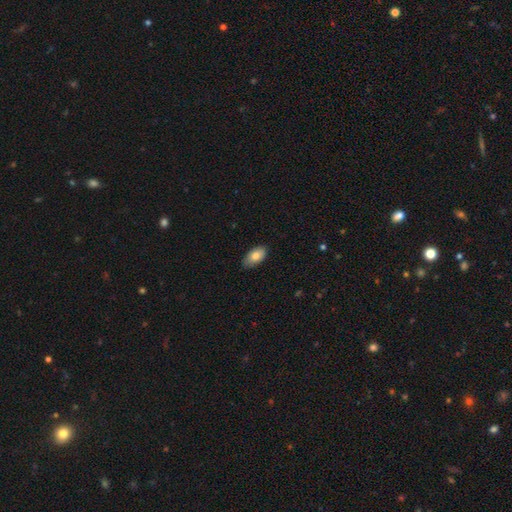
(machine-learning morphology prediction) smooth 81%, featured or disk 13%, star or artifact 7%. Down the decision tree: how rounded — in between (94%); merging — none (78%).